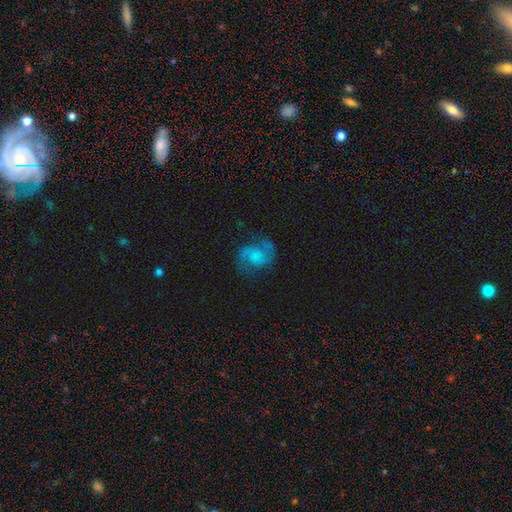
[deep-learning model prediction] This appears to be a featured or disk galaxy (74%) with no bar (61%), 2 (91%) medium (50%) spiral arms (93%) and no central bulge (43%). Merging: none (66%).